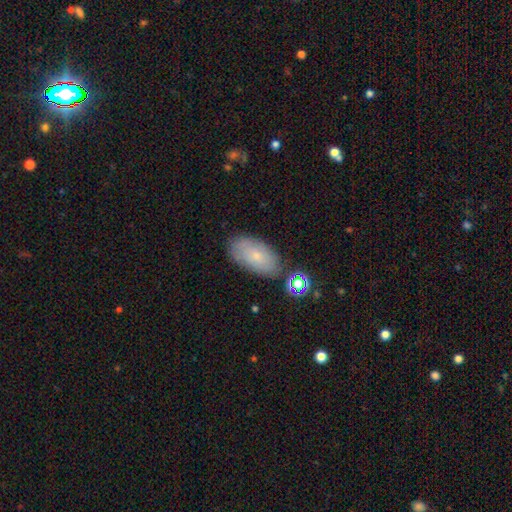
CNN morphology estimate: smooth-or-featured: smooth: 67% | featured or disk: 22% | star or artifact: 11%
  how-rounded: in between: 93% | round: 5% | cigar-shaped: 3%
  merging: none: 79% | minor disturbance: 14% | major disturbance: 4% | merger: 3%